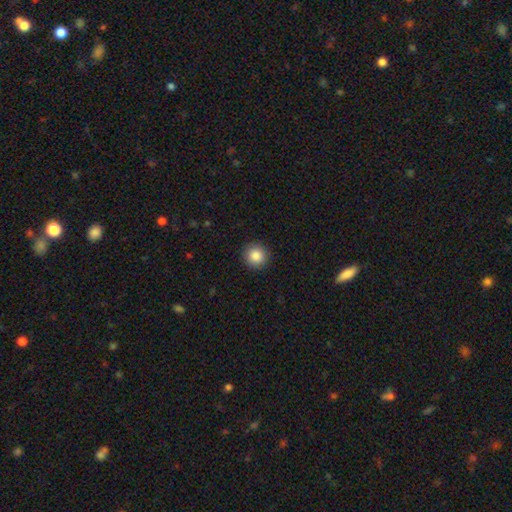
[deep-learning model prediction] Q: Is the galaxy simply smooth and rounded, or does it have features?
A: smooth — 86%.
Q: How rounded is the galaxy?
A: round — 95%.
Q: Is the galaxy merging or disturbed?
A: none — 92%.